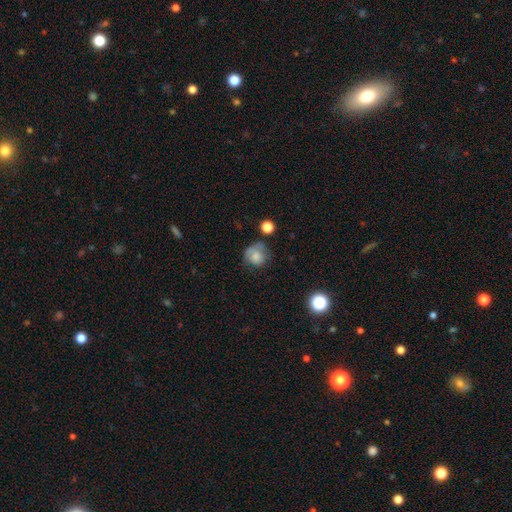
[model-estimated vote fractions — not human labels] A smooth galaxy with no disk features (70%) that is round (80%).

Vote fractions:
- Smooth or featured? smooth: 70% / featured or disk: 20% / star or artifact: 10%
- How rounded? round: 80% / in between: 19% / cigar-shaped: 1%
- Merging? none: 50% / minor disturbance: 30% / major disturbance: 15% / merger: 5%